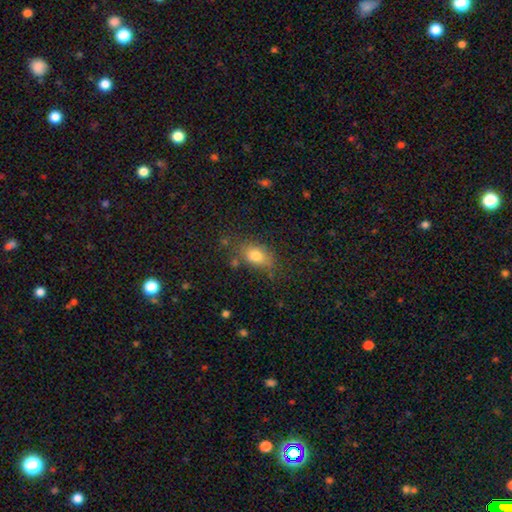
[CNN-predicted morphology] Smooth or featured? Predicted: smooth (p=0.79). How rounded? Predicted: in between (p=0.80). Merging? Predicted: none (p=0.66).